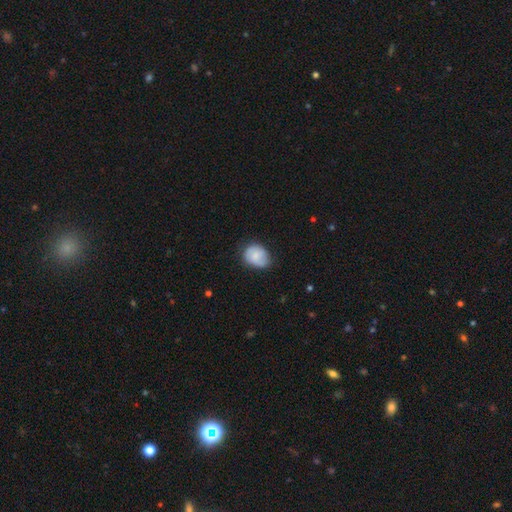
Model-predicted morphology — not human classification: The model was most divided on "how rounded": in between: 54%, round: 45%, cigar-shaped: 1%. More confident: smooth or featured — smooth (74%); merging — none (62%).